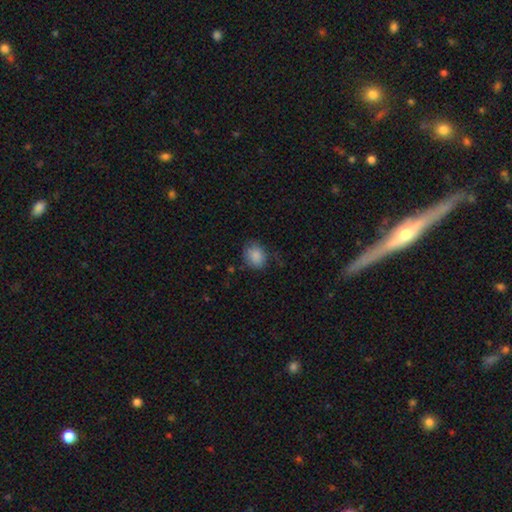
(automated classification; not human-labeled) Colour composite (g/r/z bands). It shows a smooth galaxy with no disk features (86%) that is round (54%). Merging: none (70%).